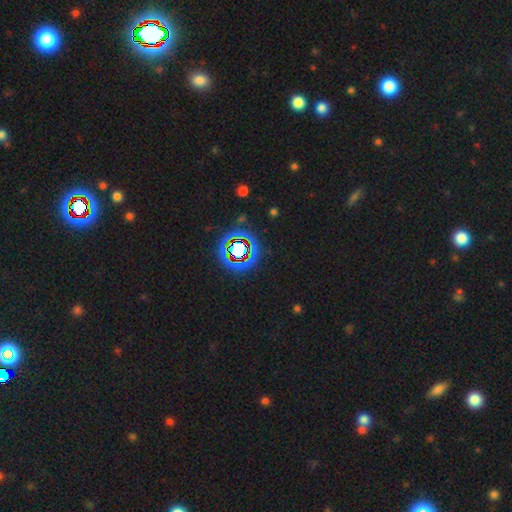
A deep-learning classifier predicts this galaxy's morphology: smooth-or-featured: star or artifact: 72% | smooth: 15% | featured or disk: 13%